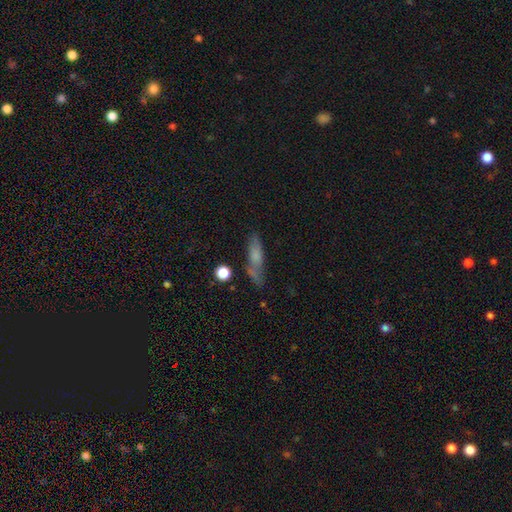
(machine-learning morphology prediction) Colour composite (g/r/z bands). It shows a smooth galaxy with no disk features (62%) that is cigar-shaped (67%). Merging: none (63%).